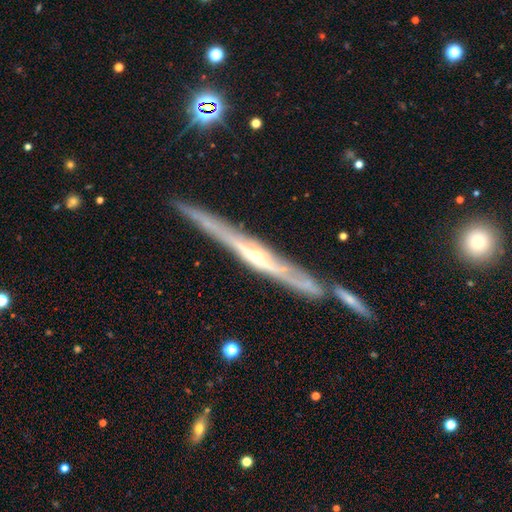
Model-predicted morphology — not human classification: This is clearly a featured or disk galaxy (84%). It is clearly viewed edge-on (95%). Edge-on bulge: clearly rounded (80%). Merging: likely none (79%).